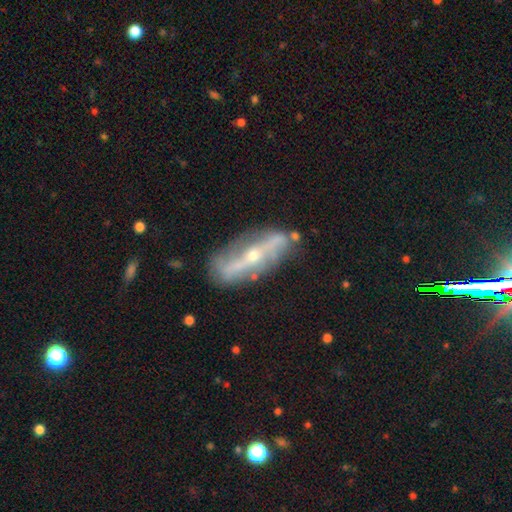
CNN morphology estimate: Smooth or featured? featured or disk (79%)
Edge-on disk? no (65%)
Bar? strong (51%)
Spiral arms? yes (69%)
Bulge size? small (60%)
Merging? none (76%)